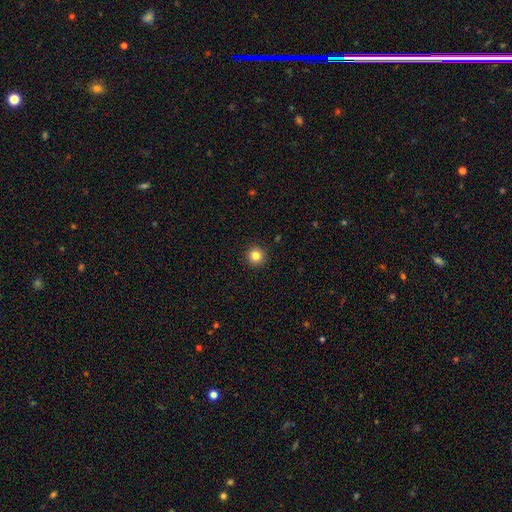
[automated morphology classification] The model was most divided on "smooth or featured": smooth: 83%, star or artifact: 11%, featured or disk: 6%. More confident: how rounded — round (95%); merging — none (93%).